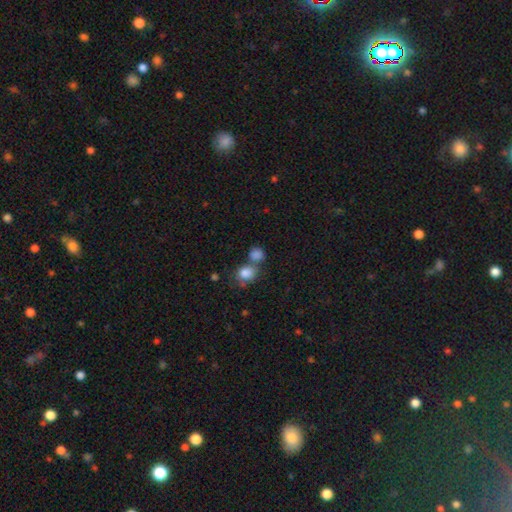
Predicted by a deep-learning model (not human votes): Overall: smooth (79%). How rounded: round (65%; in between 34%). Merging: none (45%; merger 41%).